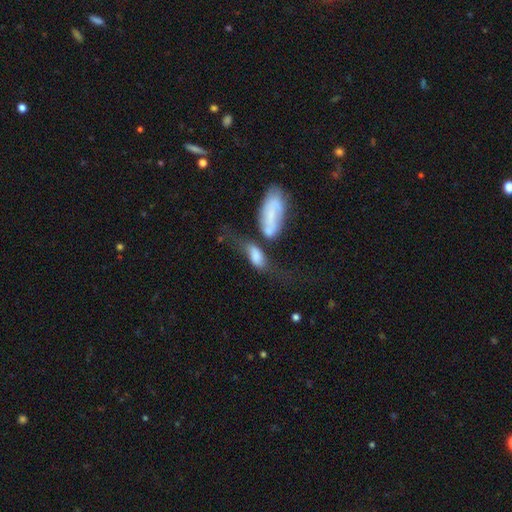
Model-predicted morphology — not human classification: Smooth or featured?
  - smooth: 65% *
  - featured or disk: 26%
  - star or artifact: 9%
How rounded?
  - in between: 81% *
  - cigar-shaped: 13%
  - round: 5%
Merging?
  - merger: 46% *
  - none: 21%
  - major disturbance: 18%
  - minor disturbance: 14%